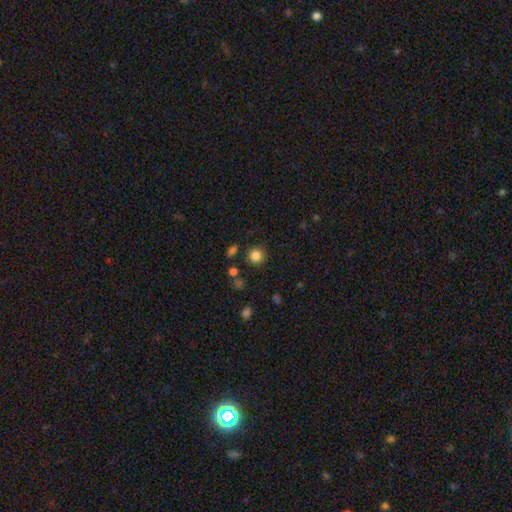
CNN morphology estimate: Smooth or featured? Predicted: smooth (p=0.84). How rounded? Predicted: round (p=0.91). Merging? Predicted: none (p=0.84).